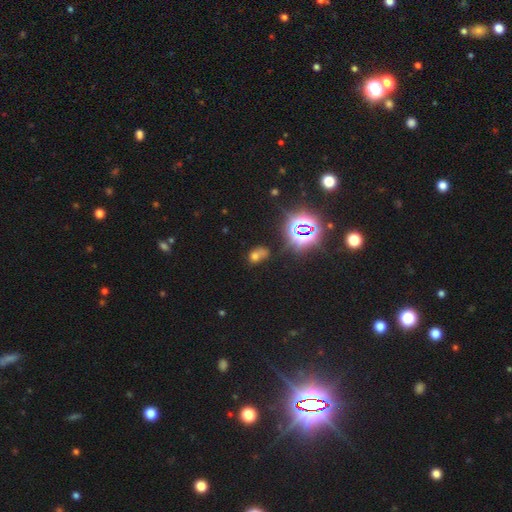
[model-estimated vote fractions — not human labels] Smooth or featured? Predicted: smooth (p=0.50). Merging? Predicted: none (p=0.34).